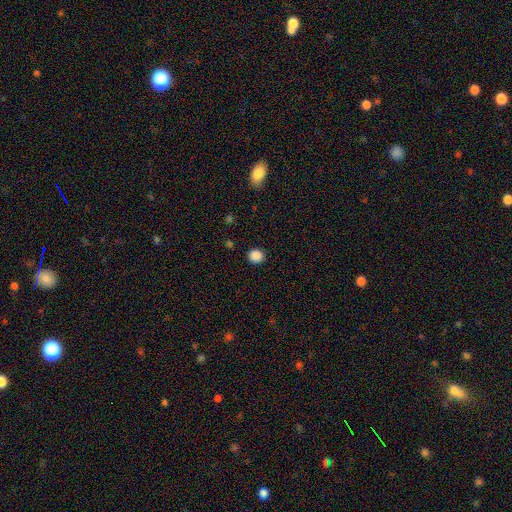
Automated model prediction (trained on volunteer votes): This is clearly a smooth galaxy (87%). How rounded: clearly round (89%). Merging: clearly none (91%).